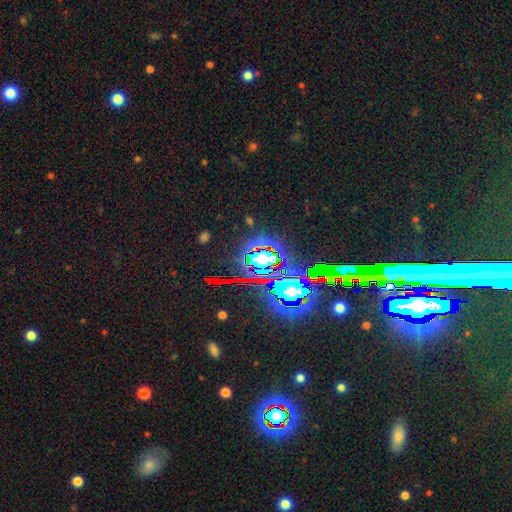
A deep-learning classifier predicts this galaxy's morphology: A star or artifact, not a galaxy (76%).